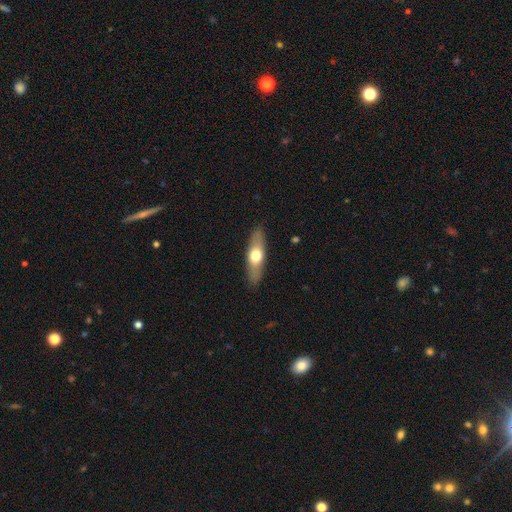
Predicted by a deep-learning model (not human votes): smooth 54%, featured or disk 41%, star or artifact 6%. Down the decision tree: how rounded — in between (49%); merging — none (88%).